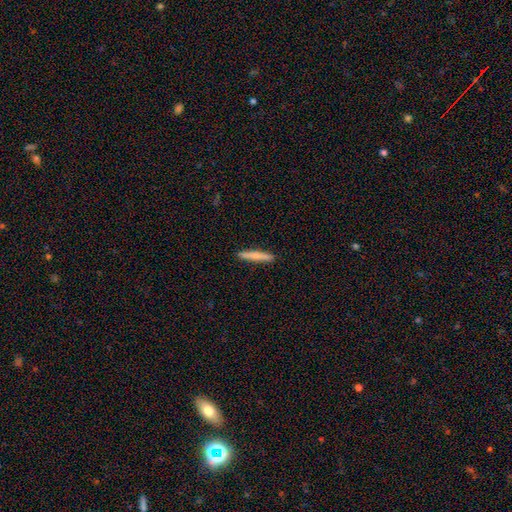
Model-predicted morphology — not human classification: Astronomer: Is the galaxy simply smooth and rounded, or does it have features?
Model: smooth — 73%.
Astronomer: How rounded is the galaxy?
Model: cigar-shaped — 94%.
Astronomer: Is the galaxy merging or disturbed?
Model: none — 91%.